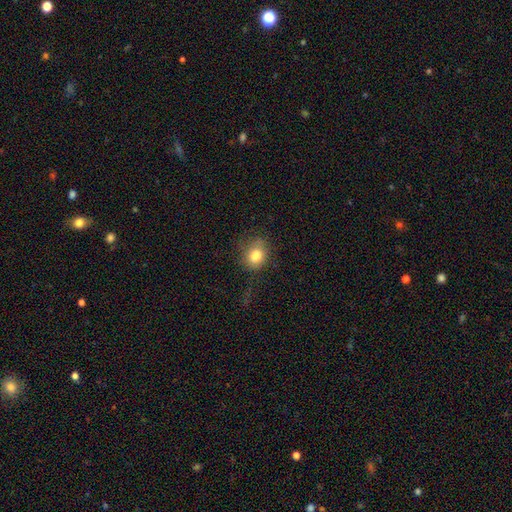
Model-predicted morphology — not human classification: A smooth galaxy with no disk features (81%) that is round (62%).

Vote fractions:
- Smooth or featured? smooth: 81% / star or artifact: 11% / featured or disk: 9%
- How rounded? round: 62% / in between: 37% / cigar-shaped: 1%
- Merging? none: 71% / minor disturbance: 19% / major disturbance: 9% / merger: 1%